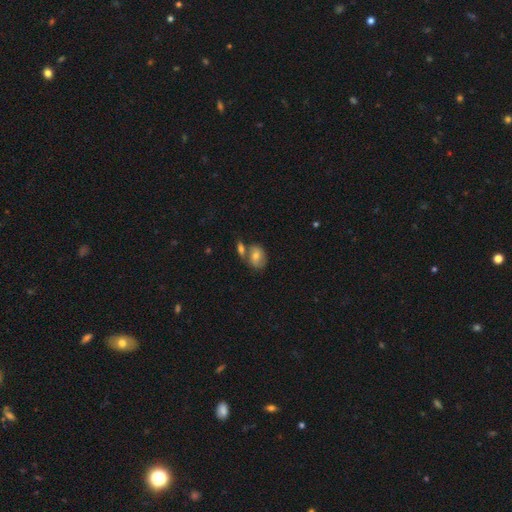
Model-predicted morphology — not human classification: The model was most divided on "merging": none: 46%, merger: 36%, minor disturbance: 14%, major disturbance: 5%. More confident: how rounded — in between (70%); smooth or featured — smooth (69%).